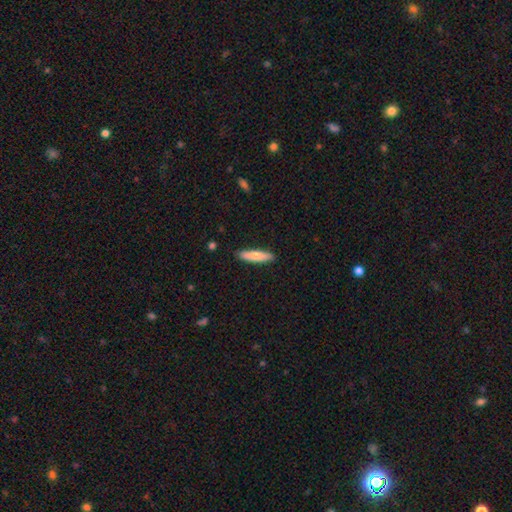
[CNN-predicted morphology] Smooth or featured: smooth — 76% (featured or disk — 19%)
How rounded: cigar-shaped — 79% (in between — 20%)
Merging: none — 89% (minor disturbance — 9%)